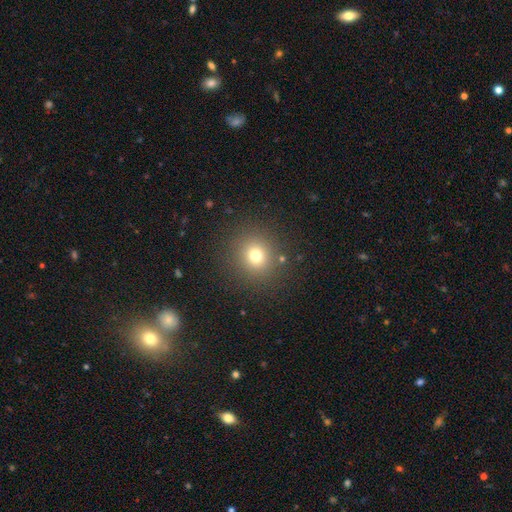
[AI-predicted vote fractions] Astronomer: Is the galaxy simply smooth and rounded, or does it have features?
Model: smooth — 72%.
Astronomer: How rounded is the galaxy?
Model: round — 91%.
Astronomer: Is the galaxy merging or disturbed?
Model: none — 88%.